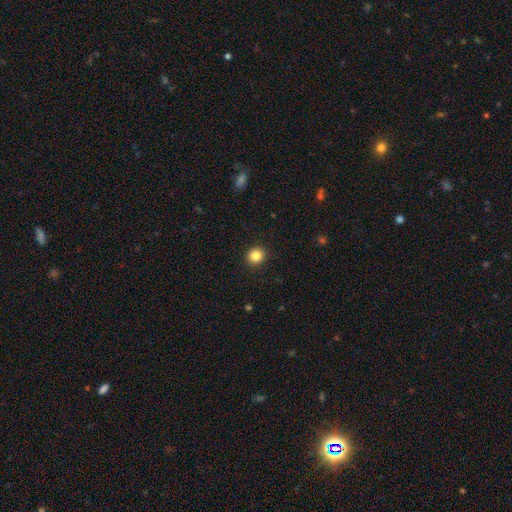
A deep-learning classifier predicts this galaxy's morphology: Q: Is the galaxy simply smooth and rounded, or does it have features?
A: smooth — 84%.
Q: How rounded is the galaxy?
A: round — 87%.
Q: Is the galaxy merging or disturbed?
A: none — 92%.